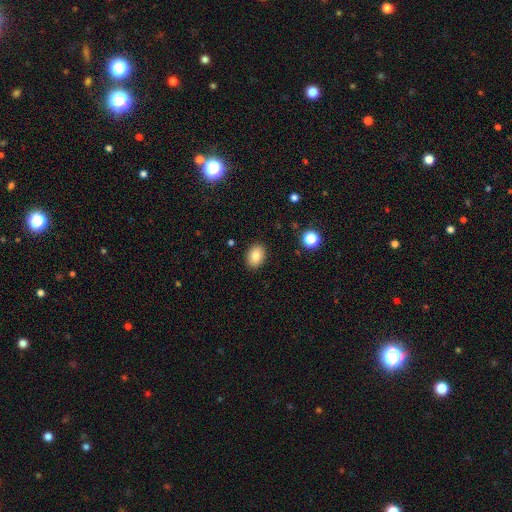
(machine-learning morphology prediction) A smooth galaxy with no disk features (81%) that is in between round and cigar-shaped (71%). Merging: none (89%).